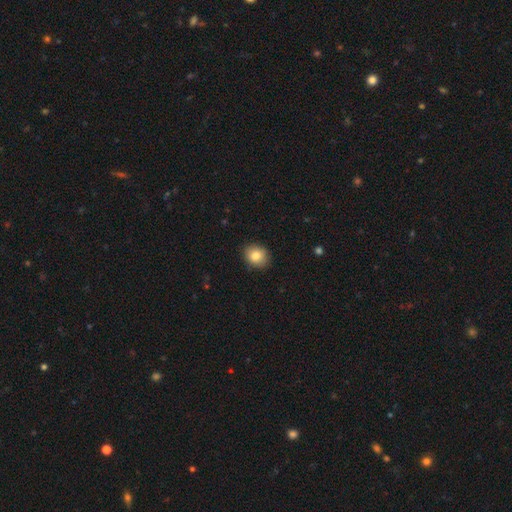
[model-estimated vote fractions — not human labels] This is clearly a smooth galaxy (84%). How rounded: likely round (62%). Merging: clearly none (87%).